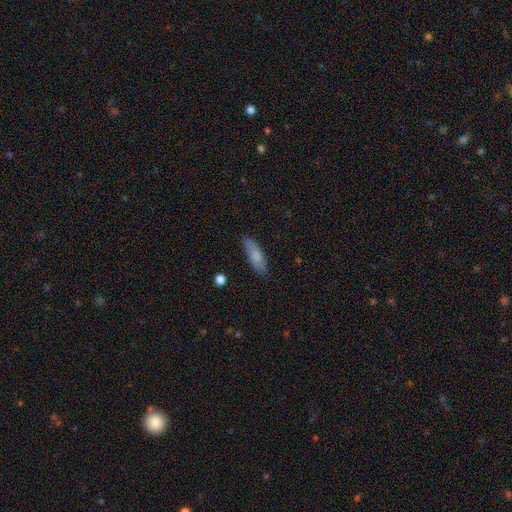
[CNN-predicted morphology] Q: Smooth or featured?
A: smooth (77%); runner-up: featured or disk (16%)
Q: How rounded?
A: in between (54%); runner-up: cigar-shaped (44%)
Q: Merging?
A: none (81%); runner-up: minor disturbance (14%)